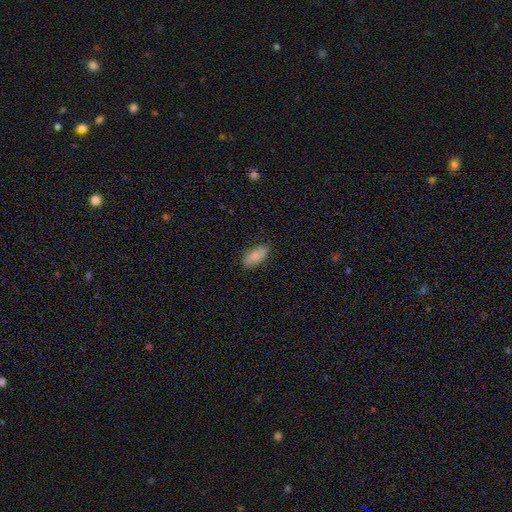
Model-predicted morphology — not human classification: The model was most divided on "smooth or featured": smooth: 72%, featured or disk: 22%, star or artifact: 6%. More confident: how rounded — in between (93%); merging — none (80%).